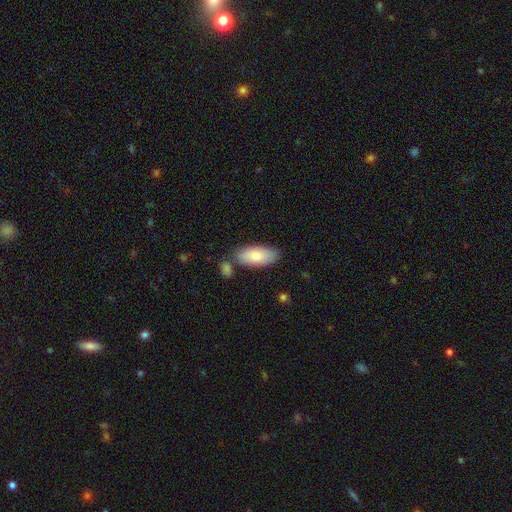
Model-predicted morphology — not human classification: A smooth galaxy with no disk features (79%) that is in between round and cigar-shaped (89%). Merging: none (73%).